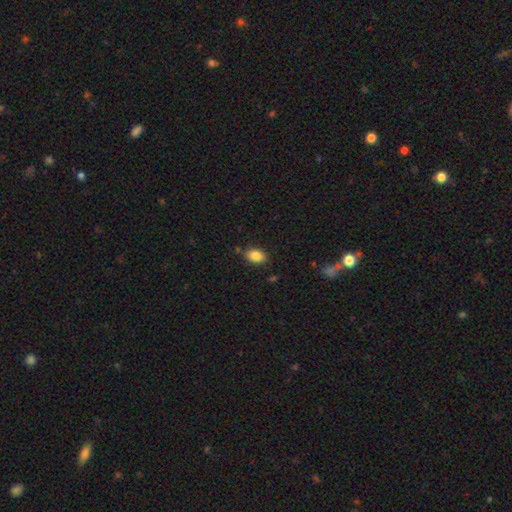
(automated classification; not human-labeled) Overall: smooth (86%). How rounded: in between (87%). Merging: none (83%).